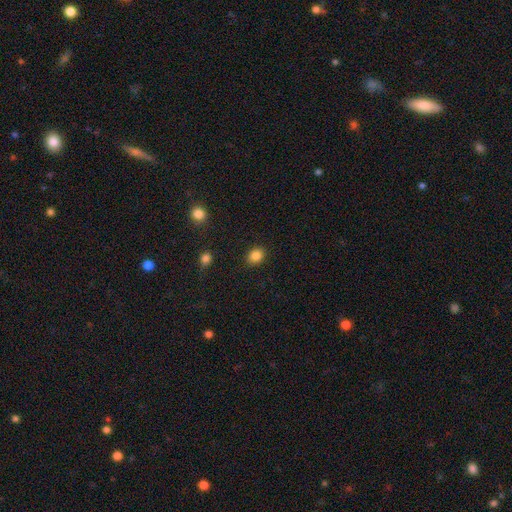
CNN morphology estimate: smooth-or-featured: smooth: 85% | star or artifact: 10% | featured or disk: 4%
  how-rounded: round: 53% | in between: 46% | cigar-shaped: 1%
  merging: none: 89% | minor disturbance: 8% | major disturbance: 2% | merger: 1%